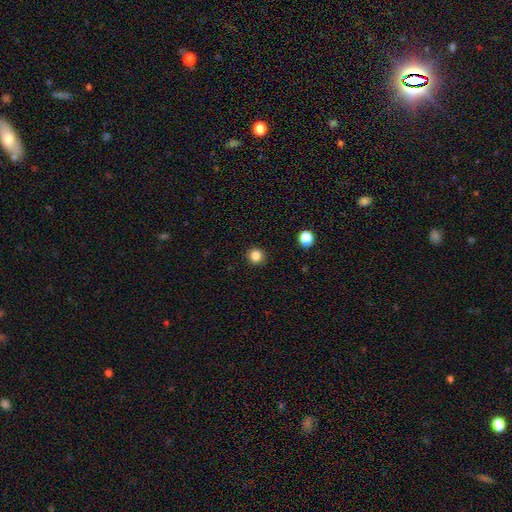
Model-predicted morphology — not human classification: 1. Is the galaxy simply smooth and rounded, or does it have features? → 84% smooth, 12% star or artifact, 4% featured or disk.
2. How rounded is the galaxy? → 92% round, 7% in between, 1% cigar-shaped.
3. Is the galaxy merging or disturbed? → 92% none, 5% minor disturbance, 2% major disturbance, 1% merger.